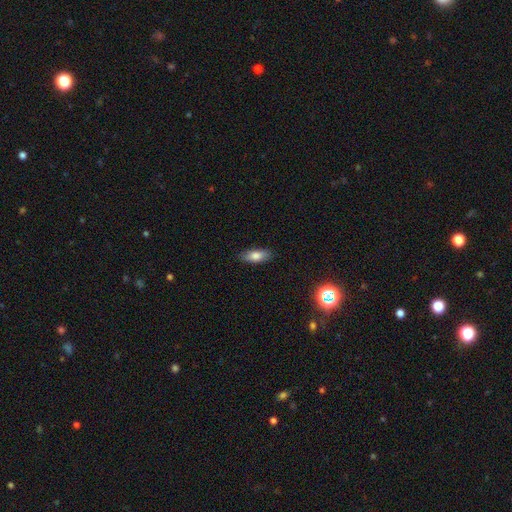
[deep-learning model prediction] Smooth or featured?
  - smooth: 79% *
  - featured or disk: 13%
  - star or artifact: 8%
How rounded?
  - in between: 76% *
  - cigar-shaped: 21%
  - round: 3%
Merging?
  - none: 87% *
  - minor disturbance: 10%
  - major disturbance: 2%
  - merger: 1%